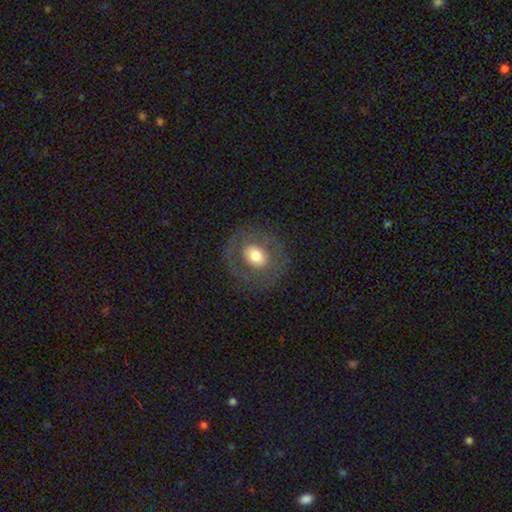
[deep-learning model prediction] Smooth or featured?
  - smooth: 53% *
  - featured or disk: 38%
  - star or artifact: 9%
How rounded?
  - round: 64% *
  - in between: 35%
  - cigar-shaped: 1%
Merging?
  - none: 79% *
  - minor disturbance: 12%
  - major disturbance: 8%
  - merger: 1%